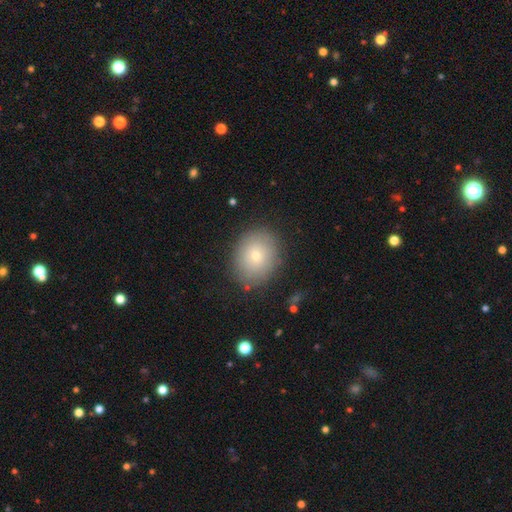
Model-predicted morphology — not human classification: Smooth or featured? smooth (72%)
How rounded? round (50%)
Merging? none (83%)